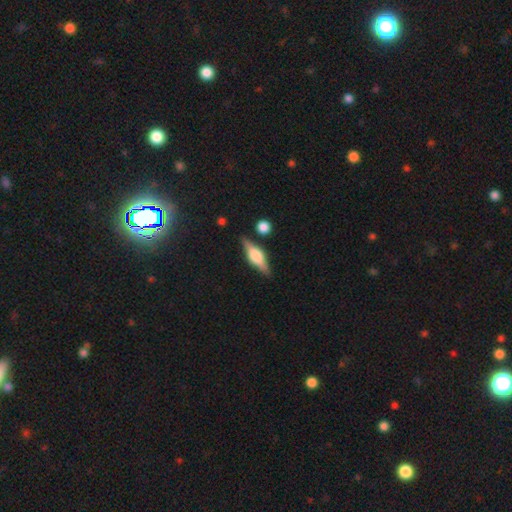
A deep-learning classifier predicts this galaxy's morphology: Smooth or featured? featured or disk (64%)
Edge-on disk? yes (96%)
Edge-on bulge? rounded (79%)
Merging? none (83%)